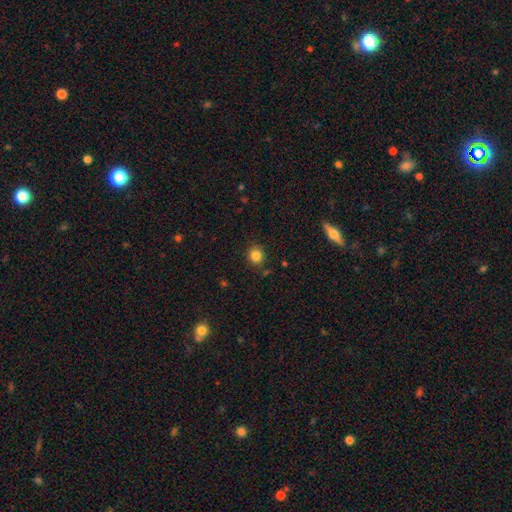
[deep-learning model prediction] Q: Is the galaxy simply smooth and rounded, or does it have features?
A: smooth — 84%.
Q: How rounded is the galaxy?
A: round — 83%.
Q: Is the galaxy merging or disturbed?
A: none — 87%.